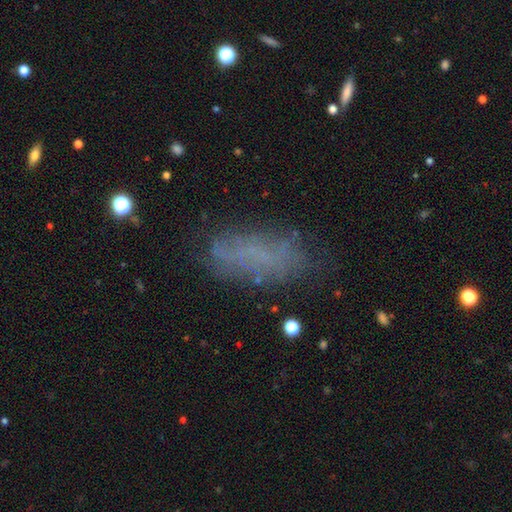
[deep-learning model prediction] Smooth or featured? Predicted: smooth (p=0.53). How rounded? Predicted: in between (p=0.78). Merging? Predicted: none (p=0.64).